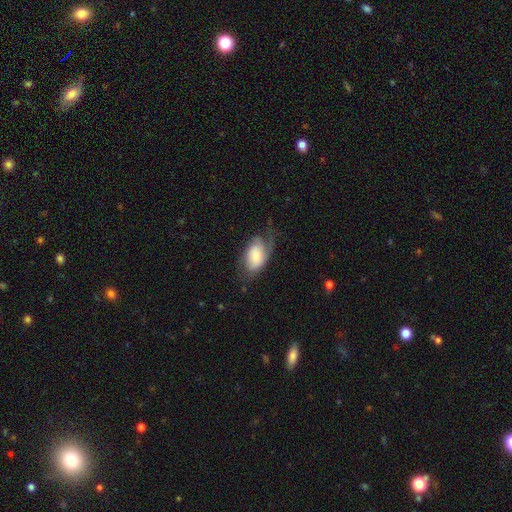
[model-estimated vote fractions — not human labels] The model was most divided on "smooth or featured": smooth: 52%, featured or disk: 41%, star or artifact: 7%. Remaining: how rounded — in between (91%); merging — none (42%).